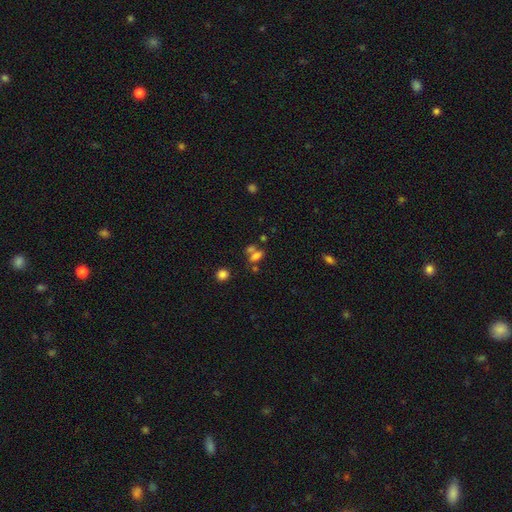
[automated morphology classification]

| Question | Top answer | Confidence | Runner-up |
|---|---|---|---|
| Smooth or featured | smooth | 63% | star or artifact (19%) |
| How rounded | in between | 68% | cigar-shaped (18%) |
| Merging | none | 43% | merger (38%) |